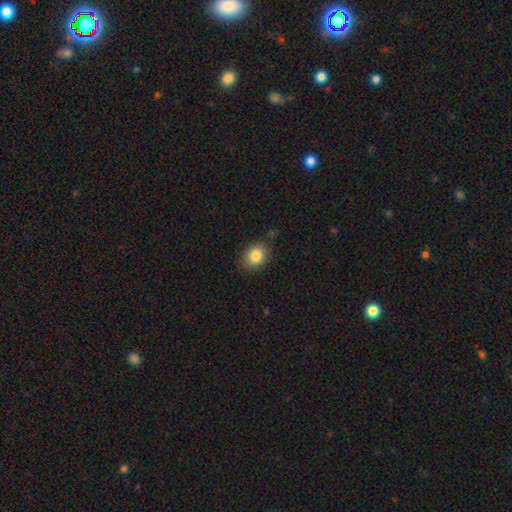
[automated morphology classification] smooth-or-featured: smooth: 85% | star or artifact: 9% | featured or disk: 6%
  how-rounded: in between: 57% | round: 42% | cigar-shaped: 1%
  merging: none: 80% | minor disturbance: 15% | major disturbance: 3% | merger: 2%